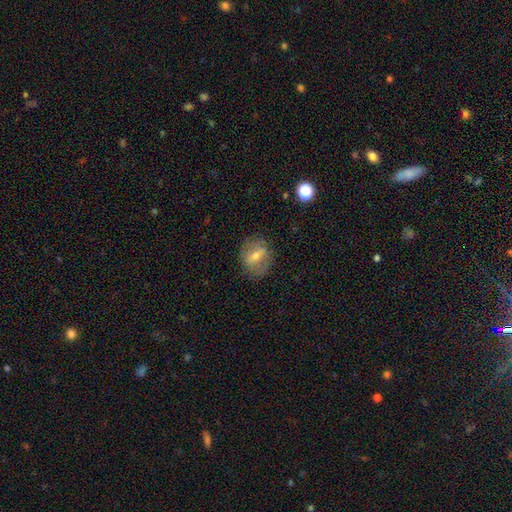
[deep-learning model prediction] A featured or disk galaxy (47%). Merging: none (77%).